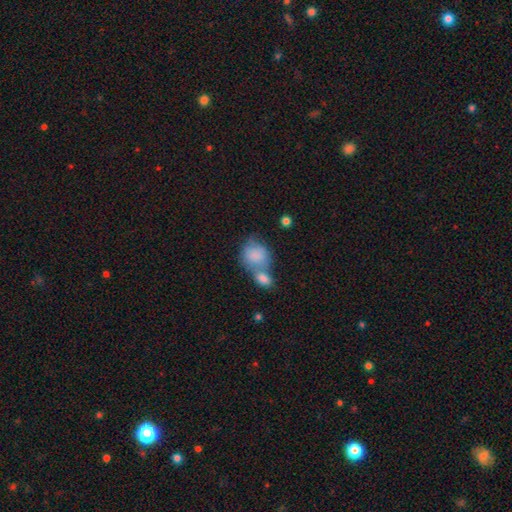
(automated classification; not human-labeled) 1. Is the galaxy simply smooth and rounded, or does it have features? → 82% smooth, 11% featured or disk, 7% star or artifact.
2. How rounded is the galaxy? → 50% round, 49% in between, 2% cigar-shaped.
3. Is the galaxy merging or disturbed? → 55% merger, 24% none, 14% minor disturbance, 7% major disturbance.